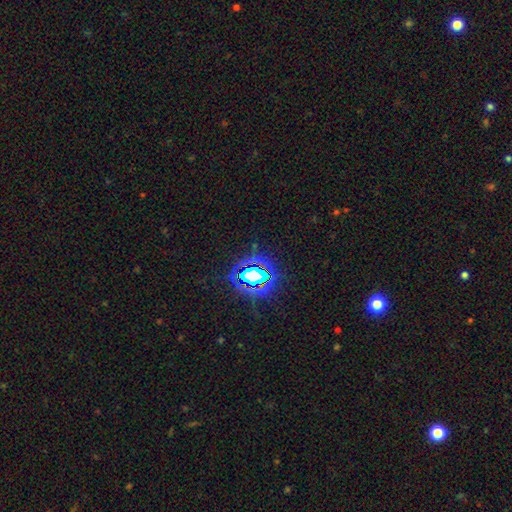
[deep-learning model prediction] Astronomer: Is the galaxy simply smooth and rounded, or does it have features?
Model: star or artifact — 79%.